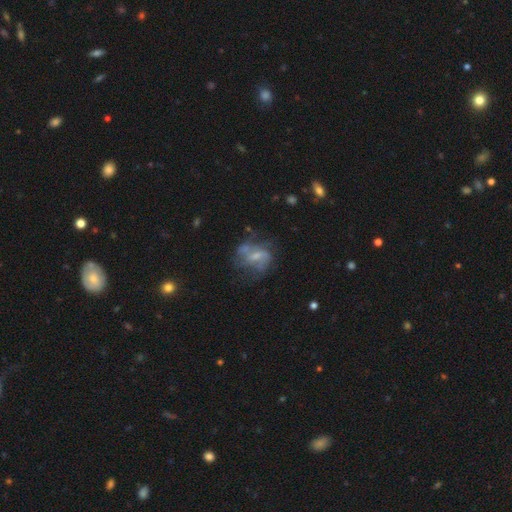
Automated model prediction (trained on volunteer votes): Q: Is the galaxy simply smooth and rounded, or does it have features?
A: featured or disk — 60%.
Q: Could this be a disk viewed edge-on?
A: no — 96%.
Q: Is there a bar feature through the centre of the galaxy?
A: weak — 43%.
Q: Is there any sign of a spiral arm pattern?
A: yes — 53%.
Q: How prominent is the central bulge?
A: small — 43%.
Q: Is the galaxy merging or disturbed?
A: none — 42%.